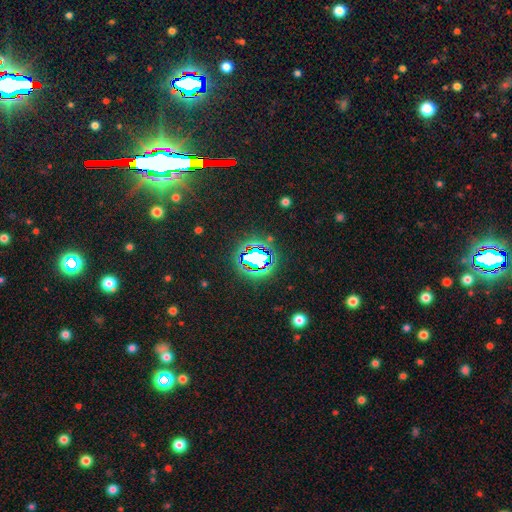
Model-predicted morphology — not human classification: This appears to be a star or artifact, not a galaxy (72%).